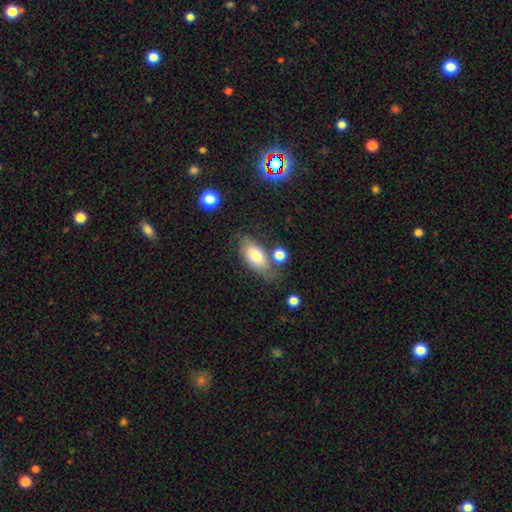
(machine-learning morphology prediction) The model was most divided on "merging": none: 60%, minor disturbance: 21%, merger: 12%, major disturbance: 7%. More confident: how rounded — in between (89%); smooth or featured — smooth (75%).